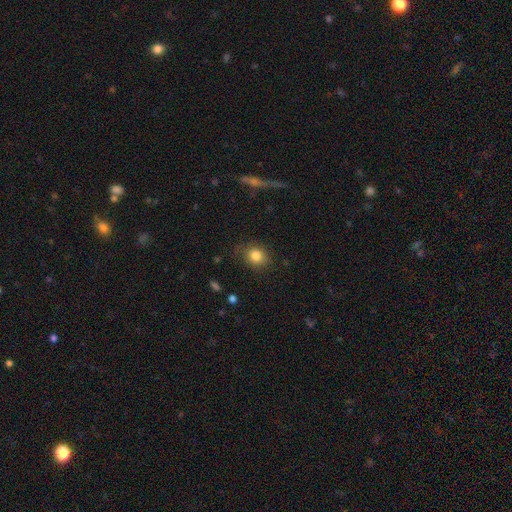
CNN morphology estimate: This appears to be a smooth galaxy with no disk features (83%) that is round (64%). Merging: none (79%).